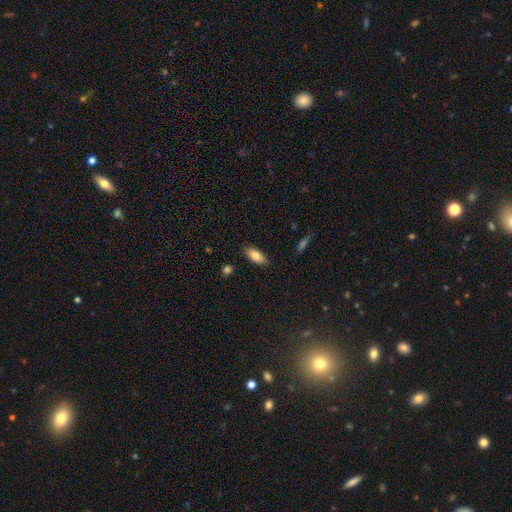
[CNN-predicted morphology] This is clearly a smooth galaxy (84%). How rounded: clearly in between (84%). Merging: clearly none (86%).